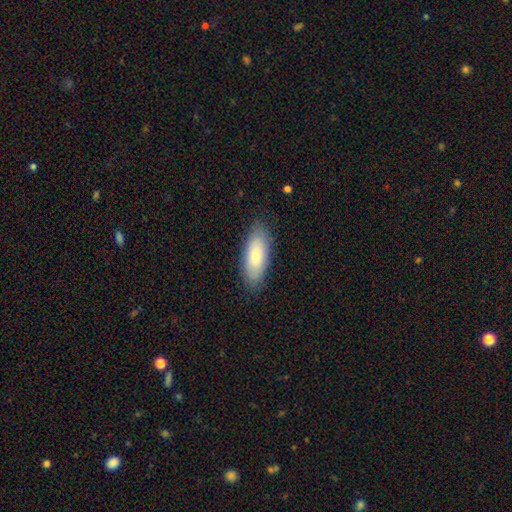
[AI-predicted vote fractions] Smooth or featured? Predicted: smooth (p=0.80). How rounded? Predicted: in between (p=0.79). Merging? Predicted: none (p=0.84).